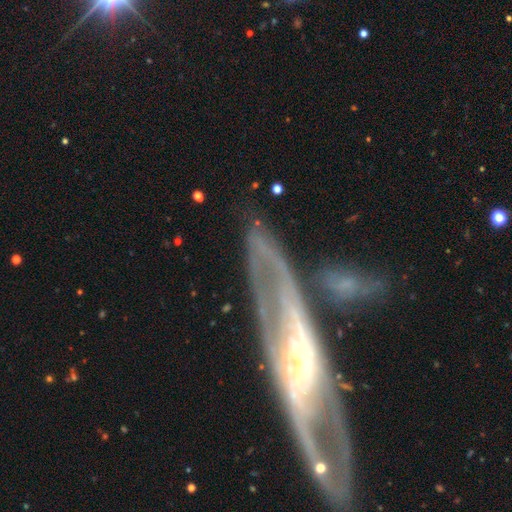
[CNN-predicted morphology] The model was most divided on "edge-on disk": no: 67%, yes: 33%. More confident: smooth or featured — featured or disk (62%); merging — none (57%).